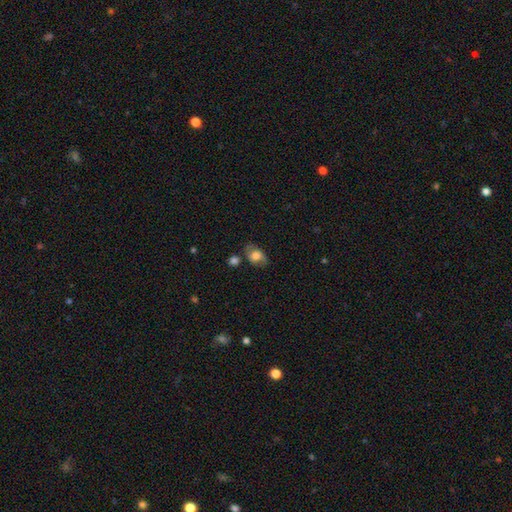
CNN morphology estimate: Smooth or featured? Predicted: smooth (p=0.55). How rounded? Predicted: in between (p=0.72). Merging? Predicted: none (p=0.64).